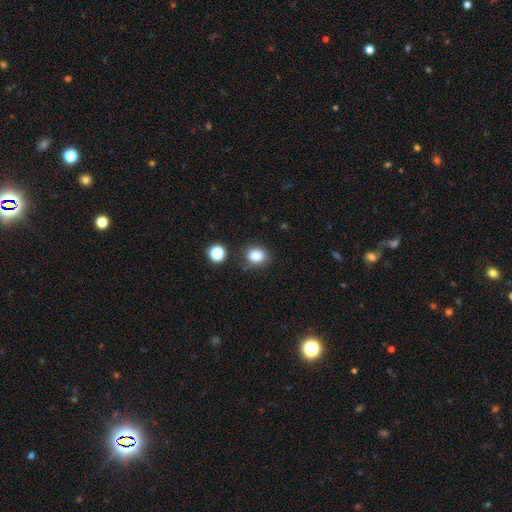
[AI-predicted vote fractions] A smooth galaxy with no disk features (83%) that is round (56%). Merging: none (79%).